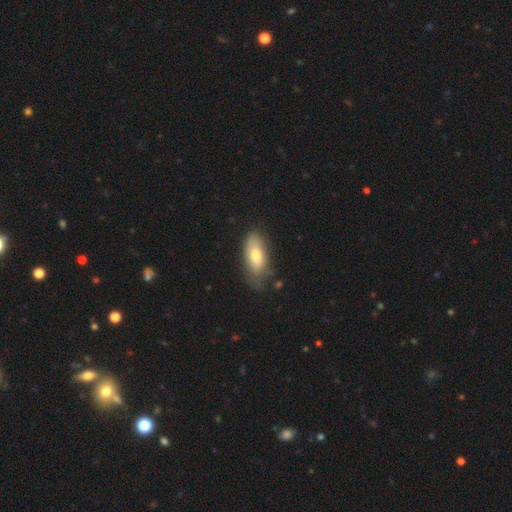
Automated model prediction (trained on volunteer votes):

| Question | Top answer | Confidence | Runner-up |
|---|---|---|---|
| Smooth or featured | smooth | 71% | featured or disk (22%) |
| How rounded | in between | 85% | cigar-shaped (12%) |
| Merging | none | 61% | minor disturbance (29%) |